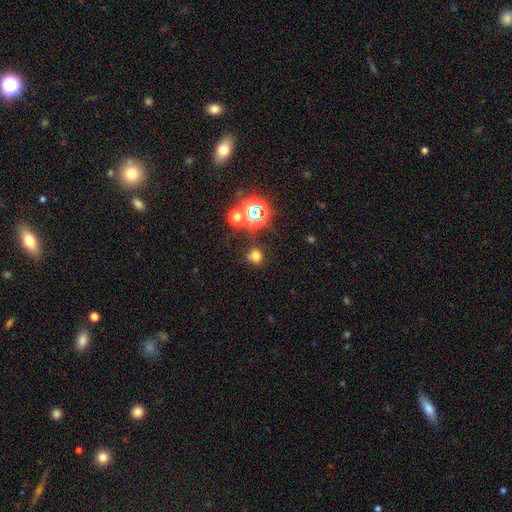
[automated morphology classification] Smooth or featured?
  - smooth: 64% *
  - star or artifact: 29%
  - featured or disk: 8%
How rounded?
  - round: 72% *
  - in between: 27%
  - cigar-shaped: 1%
Merging?
  - none: 70% *
  - minor disturbance: 14%
  - merger: 10%
  - major disturbance: 6%